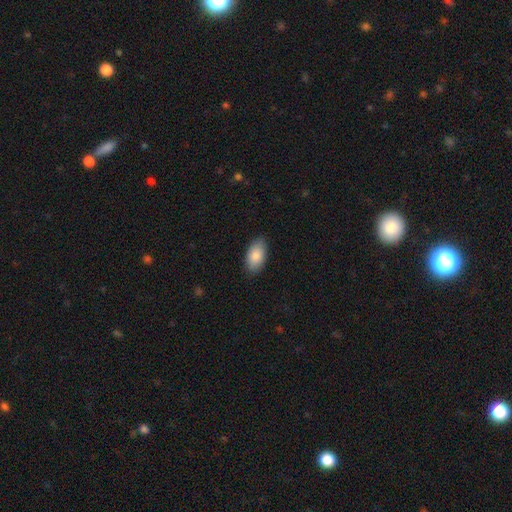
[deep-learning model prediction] This appears to be a smooth galaxy with no disk features (86%) that is in between round and cigar-shaped (95%). Merging: none (86%).